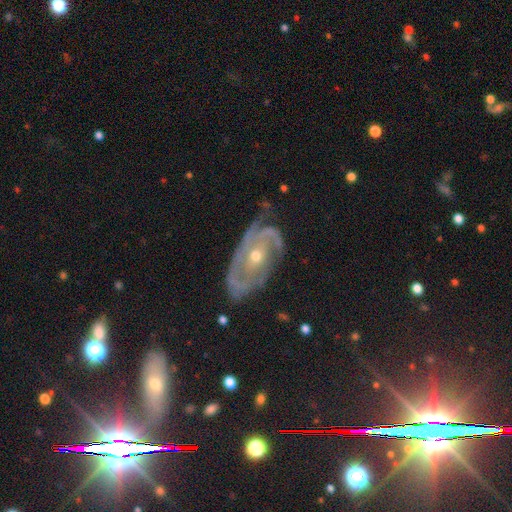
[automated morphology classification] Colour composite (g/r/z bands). It shows a featured or disk galaxy (88%) with no bar (71%), 2 (38%) tight (58%) spiral arms (94%) and a moderate central bulge (49%). Merging: none (60%).